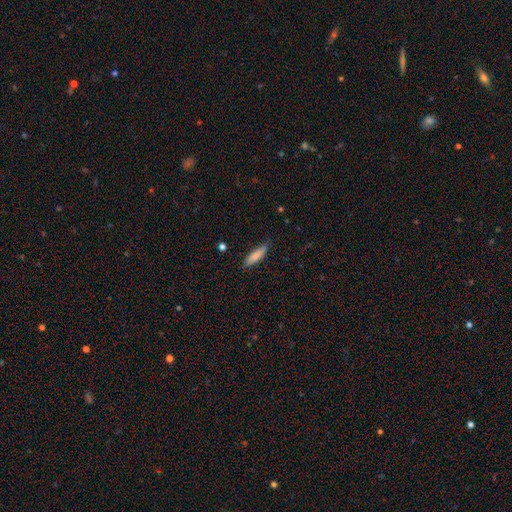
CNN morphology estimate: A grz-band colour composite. It shows a smooth galaxy with no disk features (84%) that is cigar-shaped (67%). Merging: none (81%).